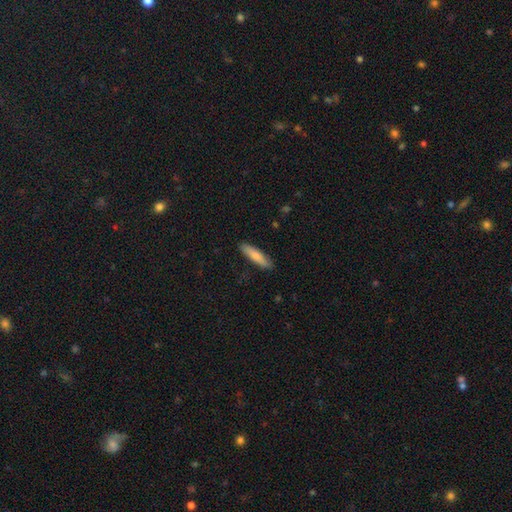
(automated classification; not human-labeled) Q: Smooth or featured?
A: smooth (76%); runner-up: featured or disk (18%)
Q: How rounded?
A: cigar-shaped (79%); runner-up: in between (20%)
Q: Merging?
A: none (88%); runner-up: minor disturbance (9%)